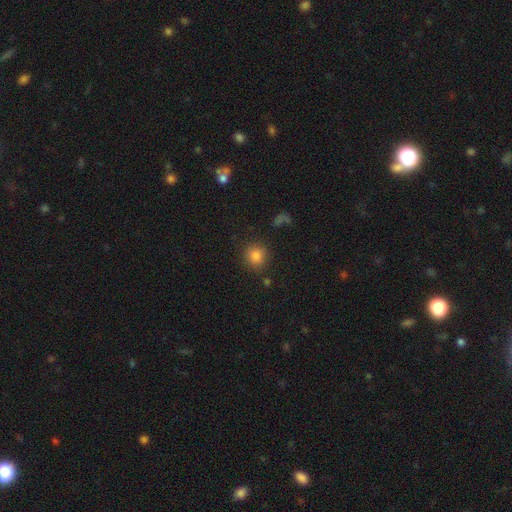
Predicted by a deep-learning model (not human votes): Overall: smooth (84%). How rounded: round (89%). Merging: none (83%).